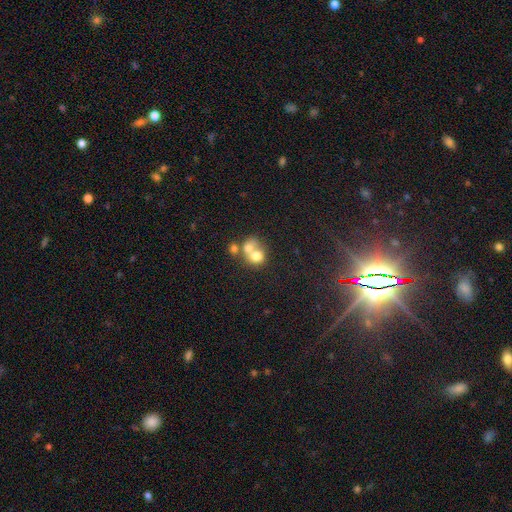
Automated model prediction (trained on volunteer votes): Smooth or featured?
  - smooth: 67% *
  - featured or disk: 23%
  - star or artifact: 11%
How rounded?
  - round: 66% *
  - in between: 33%
  - cigar-shaped: 1%
Merging?
  - merger: 66% *
  - none: 23%
  - minor disturbance: 7%
  - major disturbance: 5%